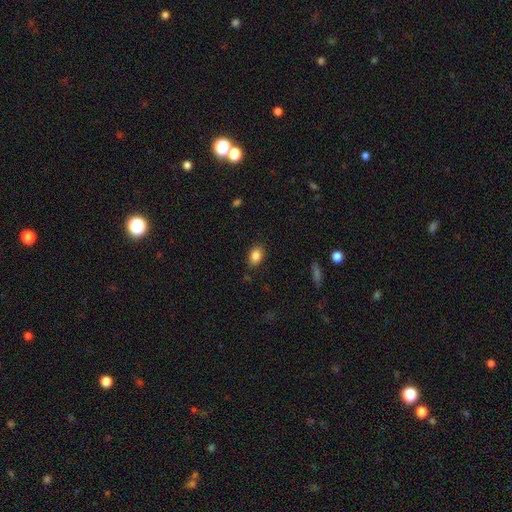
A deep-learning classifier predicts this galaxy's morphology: A smooth galaxy with no disk features (84%) that is in between round and cigar-shaped (80%). Merging: none (84%).